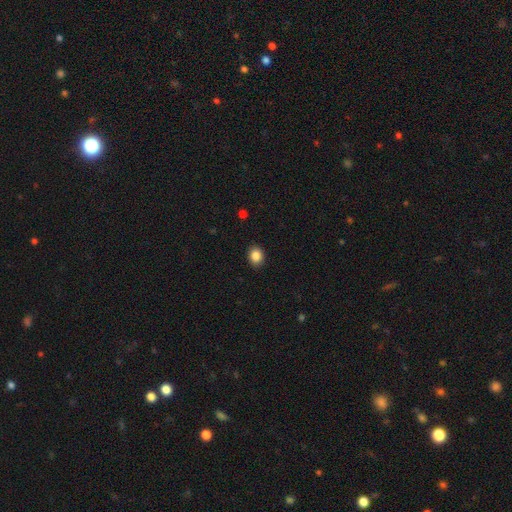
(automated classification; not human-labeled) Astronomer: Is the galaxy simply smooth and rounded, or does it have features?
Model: smooth — 86%.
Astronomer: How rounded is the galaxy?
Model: round — 53% (runner-up: in between, 46%).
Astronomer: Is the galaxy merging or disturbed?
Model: none — 90%.